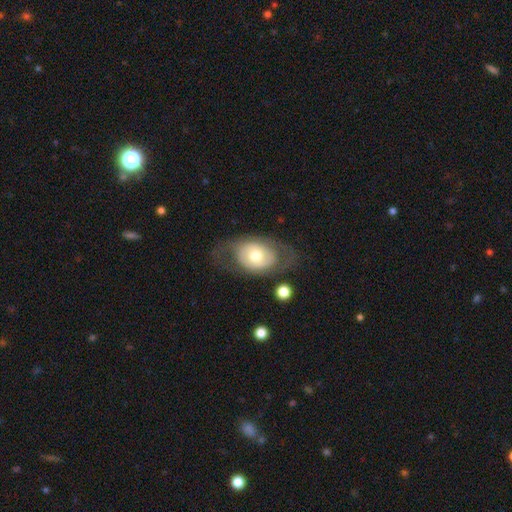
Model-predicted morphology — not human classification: type=featured or disk (53%); edge-on=no (92%); merging=none (64%).